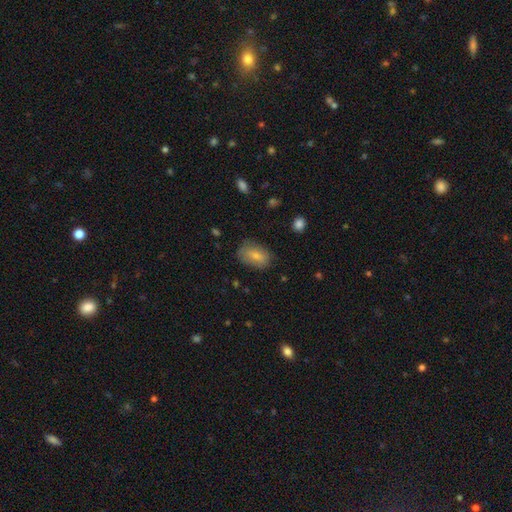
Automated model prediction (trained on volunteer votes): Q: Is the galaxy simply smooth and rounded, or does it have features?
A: smooth — 76%.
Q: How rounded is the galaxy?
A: in between — 88%.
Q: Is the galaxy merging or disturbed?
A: none — 73%.